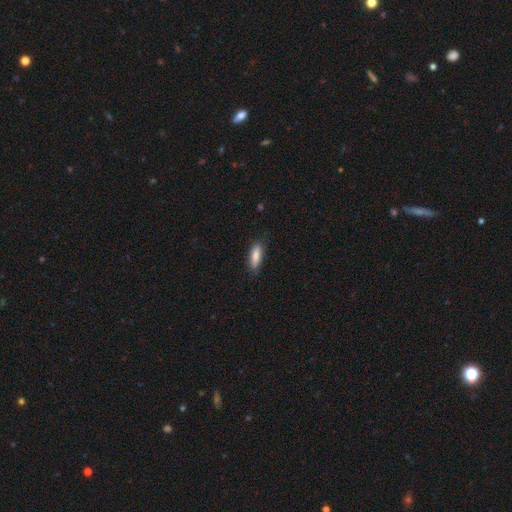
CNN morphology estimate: Smooth or featured?
  - smooth: 82% *
  - featured or disk: 12%
  - star or artifact: 6%
How rounded?
  - in between: 54% *
  - cigar-shaped: 44%
  - round: 2%
Merging?
  - none: 83% *
  - minor disturbance: 13%
  - major disturbance: 3%
  - merger: 1%